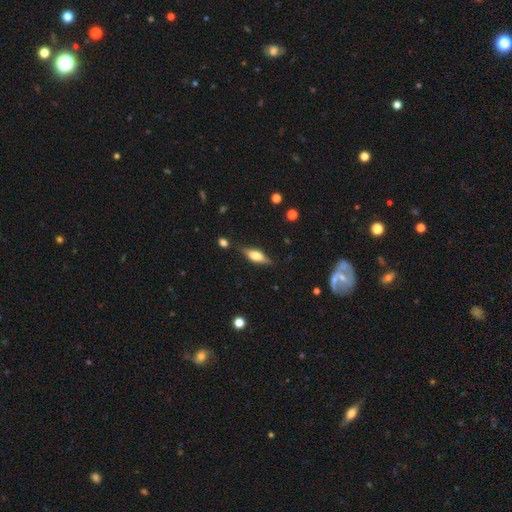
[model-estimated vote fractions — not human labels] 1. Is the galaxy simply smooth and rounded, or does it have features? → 51% featured or disk, 41% smooth, 8% star or artifact.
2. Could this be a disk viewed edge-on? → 91% yes, 9% no.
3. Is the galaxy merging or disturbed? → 80% none, 14% minor disturbance, 4% major disturbance, 2% merger.